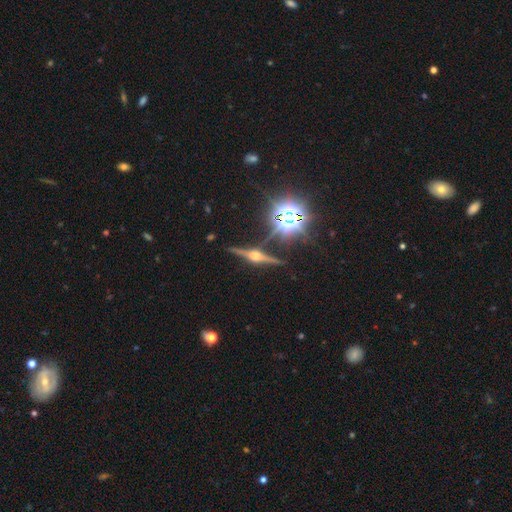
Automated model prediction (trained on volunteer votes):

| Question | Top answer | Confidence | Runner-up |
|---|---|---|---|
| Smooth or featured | featured or disk | 78% | star or artifact (16%) |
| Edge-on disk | yes | 97% | no (3%) |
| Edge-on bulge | rounded | 93% | boxy (6%) |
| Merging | none | 87% | minor disturbance (8%) |